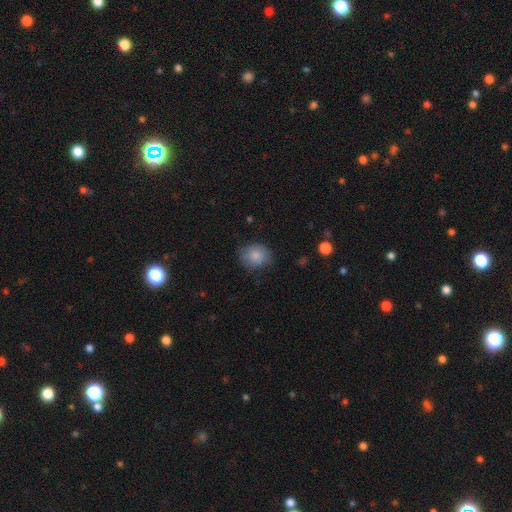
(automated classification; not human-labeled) A smooth galaxy with no disk features (84%) that is round (66%). Merging: none (73%).